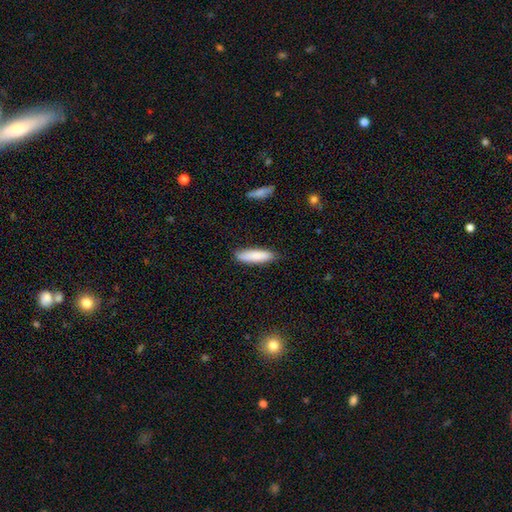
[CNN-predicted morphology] Smooth or featured?
  - smooth: 85% *
  - featured or disk: 9%
  - star or artifact: 6%
How rounded?
  - cigar-shaped: 61% *
  - in between: 38%
  - round: 2%
Merging?
  - none: 83% *
  - minor disturbance: 13%
  - major disturbance: 2%
  - merger: 1%